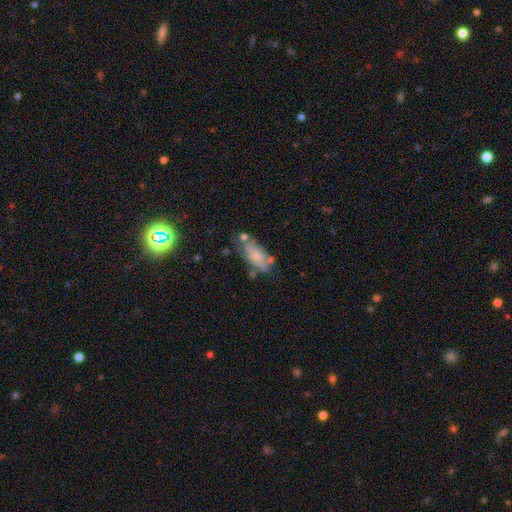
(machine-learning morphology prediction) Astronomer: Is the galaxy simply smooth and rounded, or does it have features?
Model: smooth — 64%.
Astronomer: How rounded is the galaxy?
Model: in between — 80%.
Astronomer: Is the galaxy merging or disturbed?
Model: none — 48% (runner-up: minor disturbance, 26%).